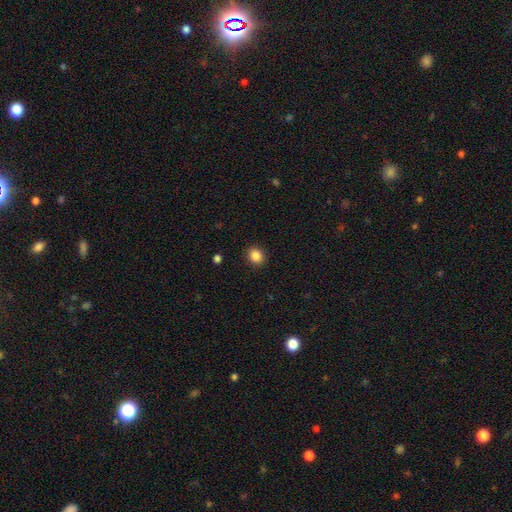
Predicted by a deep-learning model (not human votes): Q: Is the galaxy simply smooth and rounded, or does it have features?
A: smooth — 86%.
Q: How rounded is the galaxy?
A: round — 68%.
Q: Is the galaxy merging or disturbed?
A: none — 90%.